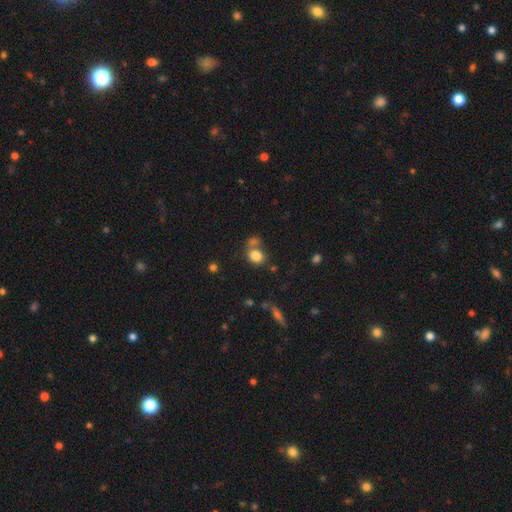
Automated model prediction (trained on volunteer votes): smooth-or-featured: smooth: 81% | star or artifact: 11% | featured or disk: 8%
  how-rounded: round: 68% | in between: 31% | cigar-shaped: 1%
  merging: none: 52% | merger: 32% | minor disturbance: 11% | major disturbance: 5%